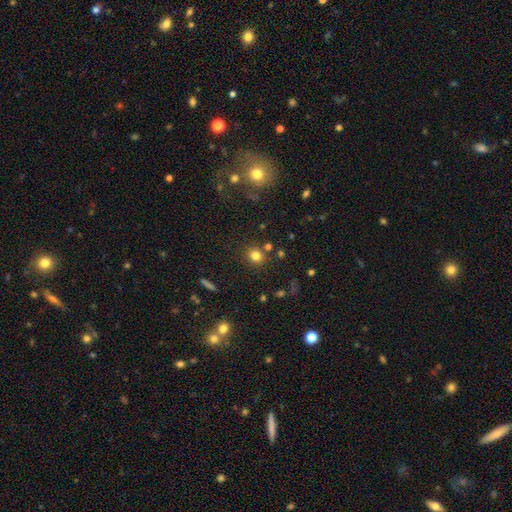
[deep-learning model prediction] smooth_or_featured: smooth (p=0.78) [alt: star or artifact p=0.15]
how_rounded: round (p=0.82) [alt: in between p=0.17]
merging: none (p=0.84) [alt: minor disturbance p=0.09]